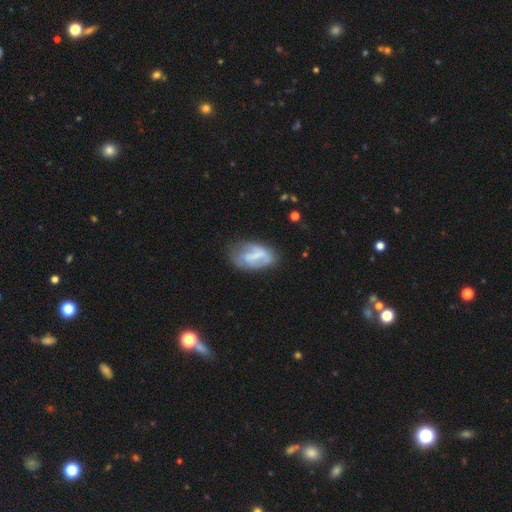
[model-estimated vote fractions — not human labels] Morphology: type=featured or disk (47%); merging=none (53%).